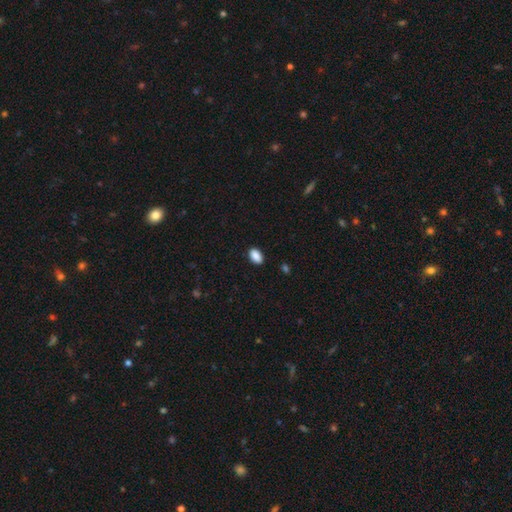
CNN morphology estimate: smooth 89%, star or artifact 8%, featured or disk 3%. Down the decision tree: how rounded — in between (92%); merging — none (88%).